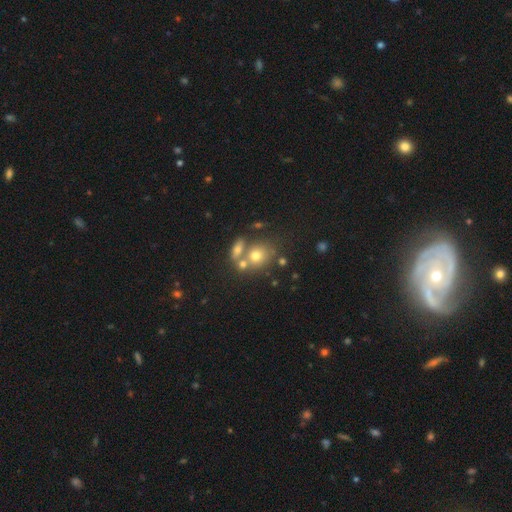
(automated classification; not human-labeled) Q: Smooth or featured?
A: smooth (67%); runner-up: featured or disk (19%)
Q: How rounded?
A: round (64%); runner-up: in between (34%)
Q: Merging?
A: none (44%); runner-up: merger (40%)